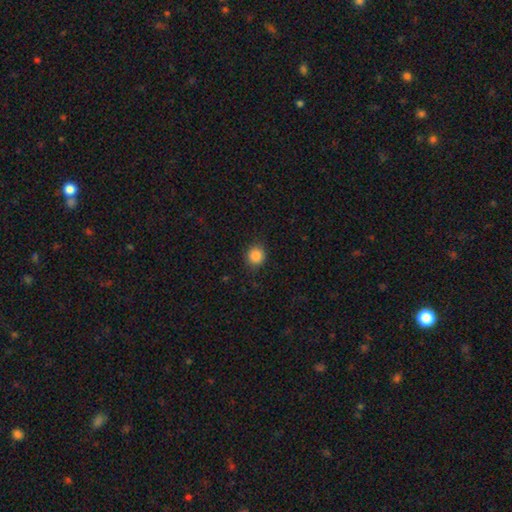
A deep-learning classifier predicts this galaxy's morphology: smooth_or_featured: smooth (p=0.86) [alt: star or artifact p=0.10]
how_rounded: round (p=0.89) [alt: in between p=0.10]
merging: none (p=0.89) [alt: minor disturbance p=0.08]